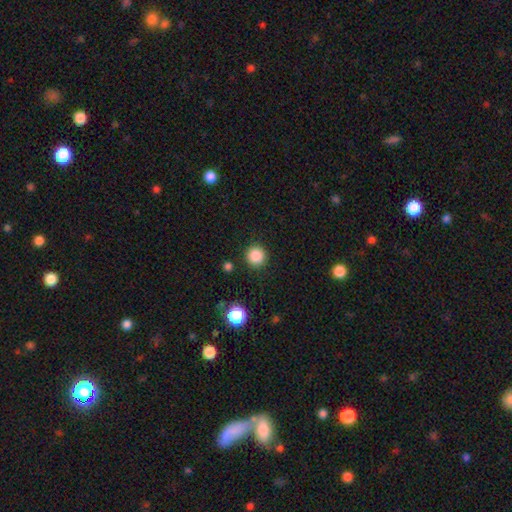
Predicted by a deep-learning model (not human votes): Overall: smooth (86%). How rounded: round (95%). Merging: none (90%).